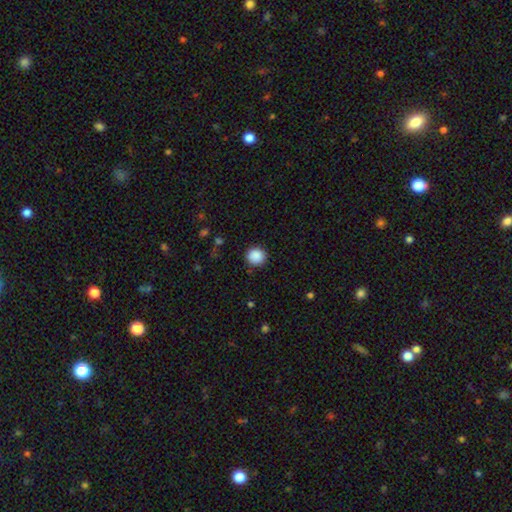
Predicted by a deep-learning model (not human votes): smooth-or-featured: smooth: 88% | star or artifact: 9% | featured or disk: 3%
  how-rounded: round: 90% | in between: 10% | cigar-shaped: 1%
  merging: none: 88% | minor disturbance: 8% | major disturbance: 2% | merger: 1%